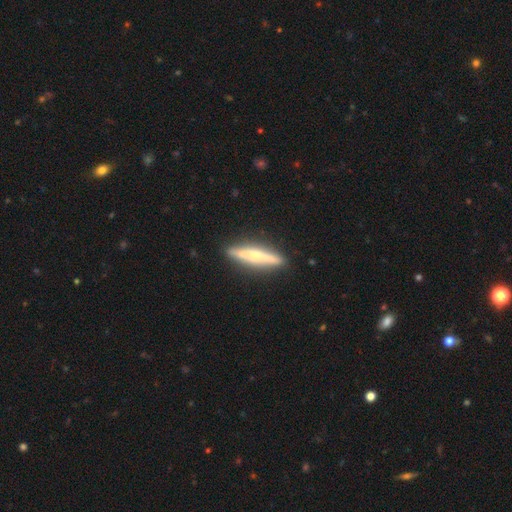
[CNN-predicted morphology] smooth-or-featured: featured or disk: 54% | smooth: 40% | star or artifact: 6%
  disk-edge-on: yes: 95% | no: 5%
    edge-on-bulge: rounded: 53% | none: 31% | boxy: 16%
  merging: none: 89% | minor disturbance: 8% | major disturbance: 2% | merger: 1%